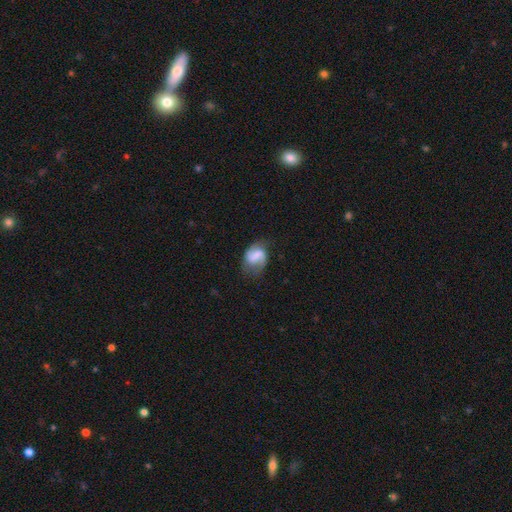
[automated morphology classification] The model was most divided on "spiral winding": loose: 44%, medium: 41%, tight: 15%. Remaining: edge-on disk — no (98%); spiral arms — yes (90%); spiral arm count — 2 (81%); smooth or featured — featured or disk (63%); merging — none (60%); bar — weak (47%); bulge size — none (47%).